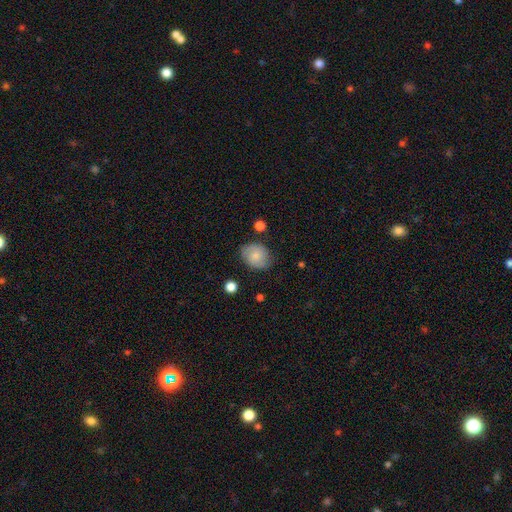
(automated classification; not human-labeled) Smooth or featured?
  - smooth: 74% *
  - featured or disk: 19%
  - star or artifact: 8%
How rounded?
  - in between: 50% *
  - round: 49%
  - cigar-shaped: 1%
Merging?
  - none: 76% *
  - minor disturbance: 18%
  - major disturbance: 4%
  - merger: 2%